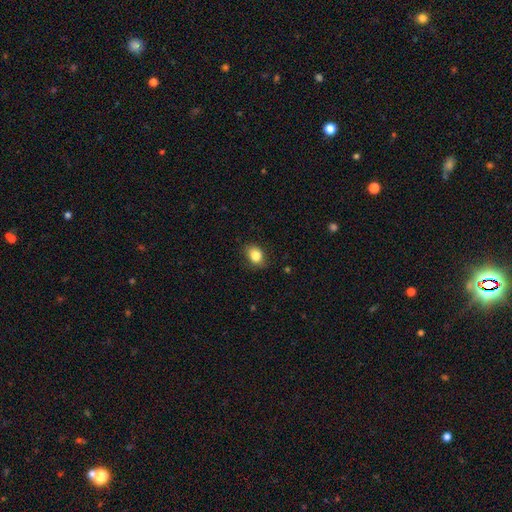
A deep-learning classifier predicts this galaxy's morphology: smooth_or_featured: smooth (p=0.84) [alt: star or artifact p=0.09]
how_rounded: in between (p=0.65) [alt: round p=0.34]
merging: none (p=0.82) [alt: minor disturbance p=0.14]